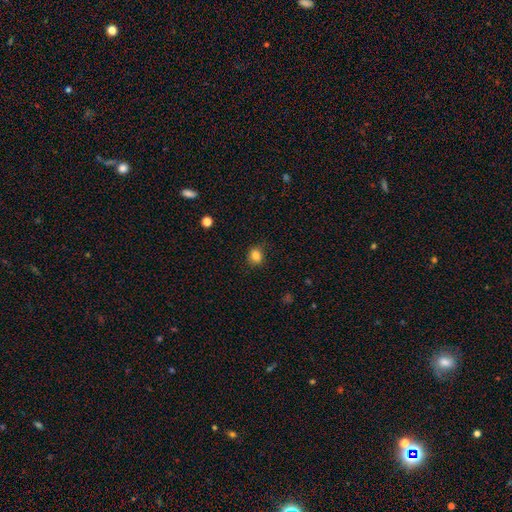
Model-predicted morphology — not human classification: This appears to be a smooth galaxy with no disk features (84%) that is round (68%). Merging: none (83%).